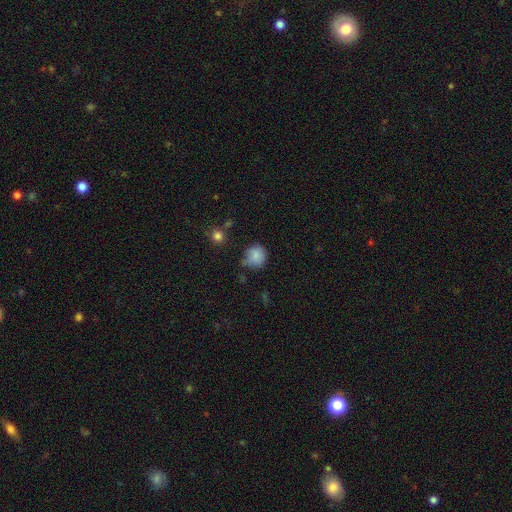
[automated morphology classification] Smooth or featured: smooth — 82% (star or artifact — 10%)
How rounded: round — 85% (in between — 14%)
Merging: none — 62% (minor disturbance — 28%)